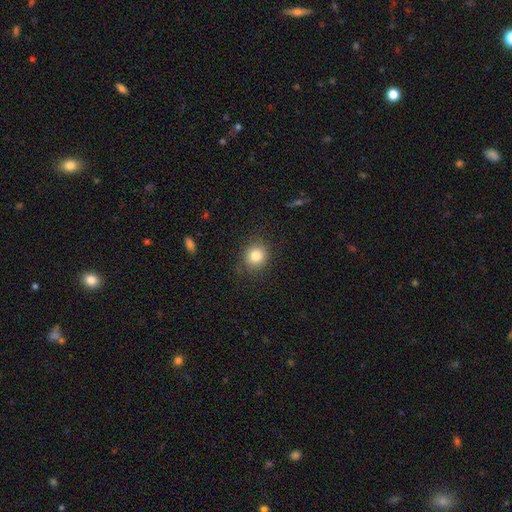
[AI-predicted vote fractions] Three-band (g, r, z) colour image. It shows a smooth galaxy with no disk features (82%) that is round (82%). Merging: none (84%).